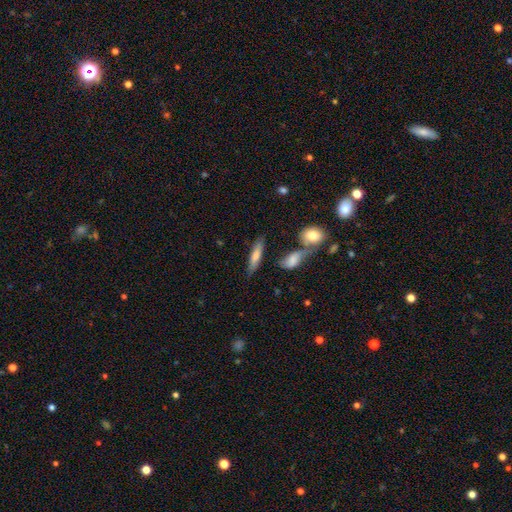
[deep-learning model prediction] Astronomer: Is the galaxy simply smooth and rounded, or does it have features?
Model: smooth — 69%.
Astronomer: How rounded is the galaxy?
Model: cigar-shaped — 69%.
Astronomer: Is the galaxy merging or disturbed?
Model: none — 70%.